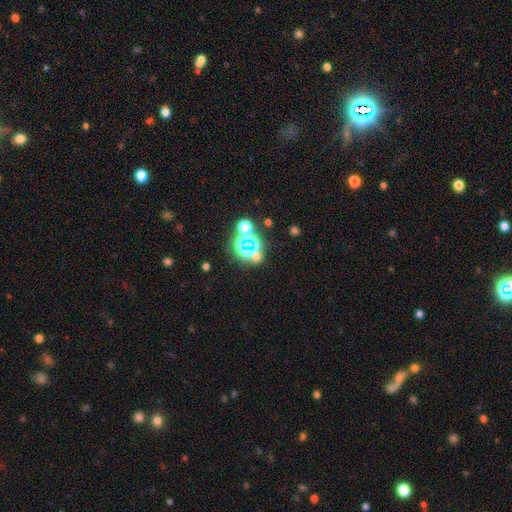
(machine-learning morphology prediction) The model was most divided on "smooth or featured": star or artifact: 58%, smooth: 31%, featured or disk: 11%.